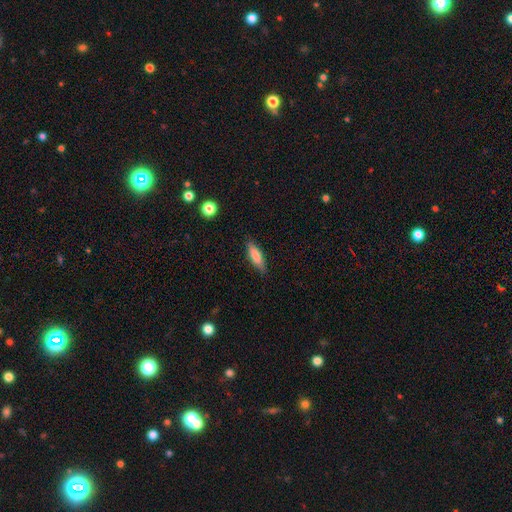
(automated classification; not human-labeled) This appears to be a smooth galaxy with no disk features (75%) that is cigar-shaped (58%). Merging: none (84%).